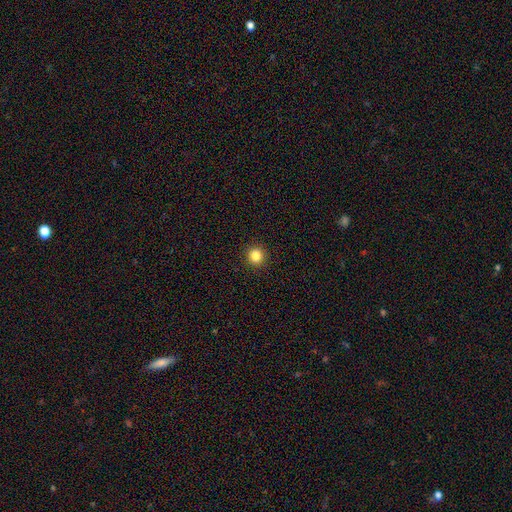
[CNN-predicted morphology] A smooth galaxy with no disk features (84%) that is round (95%).

Vote fractions:
- Smooth or featured? smooth: 84% / star or artifact: 12% / featured or disk: 4%
- How rounded? round: 95% / in between: 4% / cigar-shaped: 1%
- Merging? none: 94% / minor disturbance: 4% / major disturbance: 2% / merger: 1%